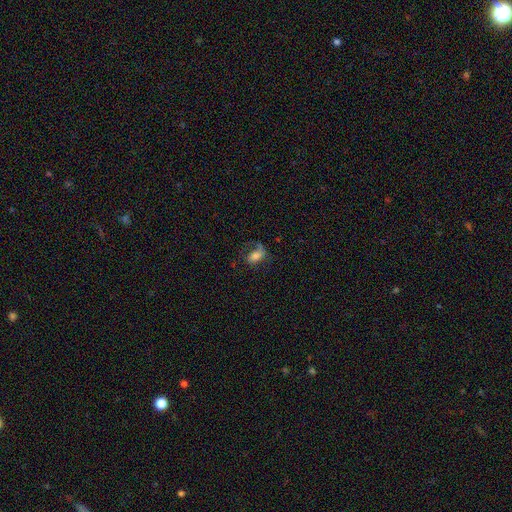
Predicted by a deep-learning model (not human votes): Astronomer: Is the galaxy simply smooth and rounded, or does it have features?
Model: smooth — 56% (runner-up: featured or disk, 34%).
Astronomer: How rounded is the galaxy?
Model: in between — 85%.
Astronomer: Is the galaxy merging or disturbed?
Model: none — 48% (runner-up: major disturbance, 28%).